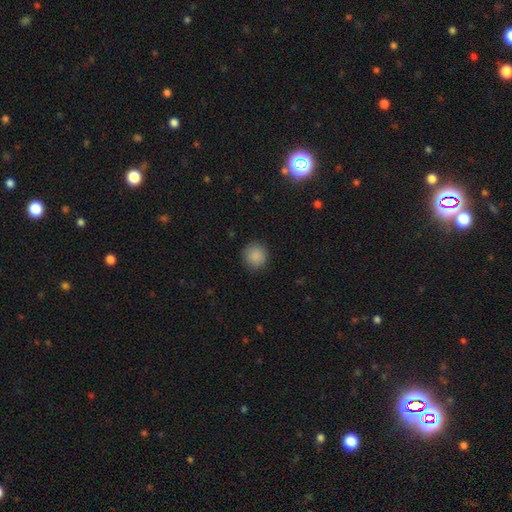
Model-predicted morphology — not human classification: Smooth or featured? Predicted: smooth (p=0.88). How rounded? Predicted: round (p=0.93). Merging? Predicted: none (p=0.89).